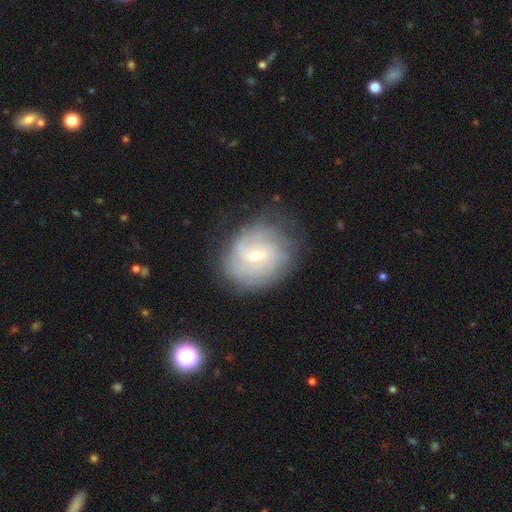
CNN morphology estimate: The model was most divided on "bar": weak: 56%, no: 32%, strong: 12%. Remaining: edge-on disk — no (97%); spiral arms — yes (90%); merging — none (75%); smooth or featured — featured or disk (74%); bulge size — small (68%); spiral winding — tight (61%); spiral arm count — can't tell (47%).